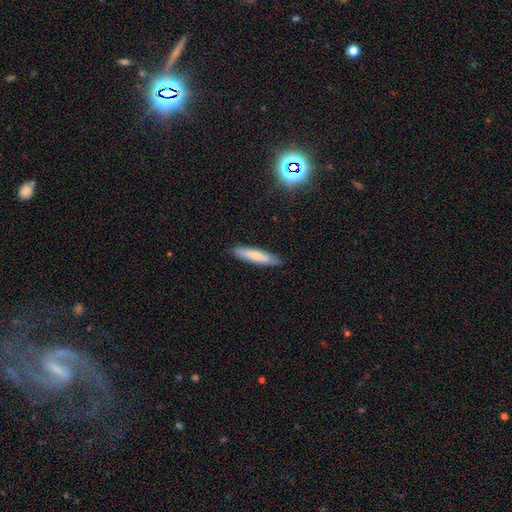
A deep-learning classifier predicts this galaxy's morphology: This is likely a smooth galaxy (73%). How rounded: clearly cigar-shaped (84%). Merging: clearly none (88%).